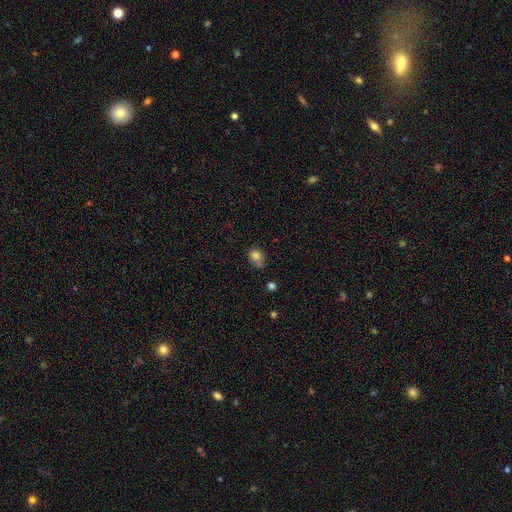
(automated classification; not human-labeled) Smooth or featured? Predicted: smooth (p=0.80). How rounded? Predicted: round (p=0.74). Merging? Predicted: none (p=0.55).